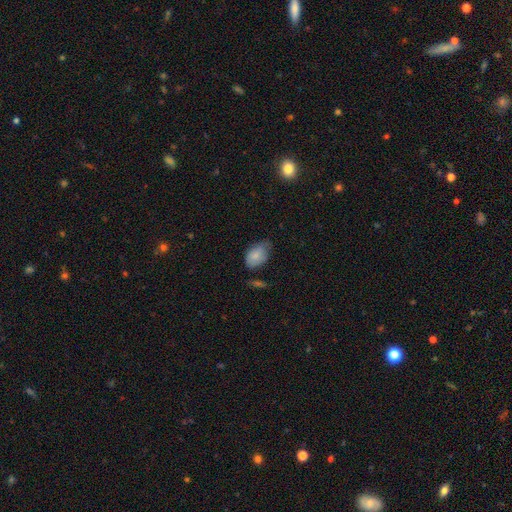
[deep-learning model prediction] This is clearly a smooth galaxy (83%). How rounded: clearly in between (88%). Merging: possibly none (46%).